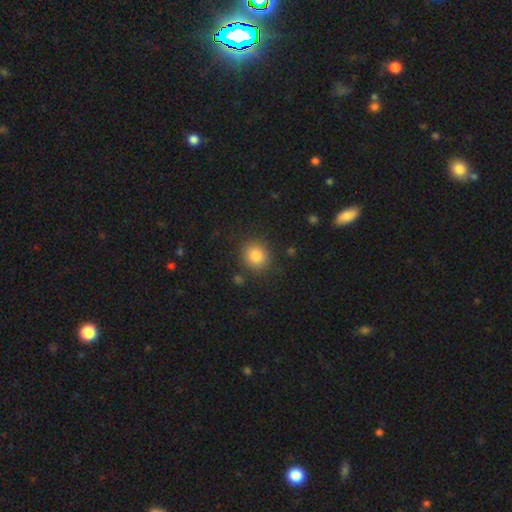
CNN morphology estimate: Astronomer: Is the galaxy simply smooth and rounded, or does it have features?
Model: smooth — 85%.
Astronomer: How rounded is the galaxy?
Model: round — 85%.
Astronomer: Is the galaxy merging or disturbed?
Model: none — 86%.